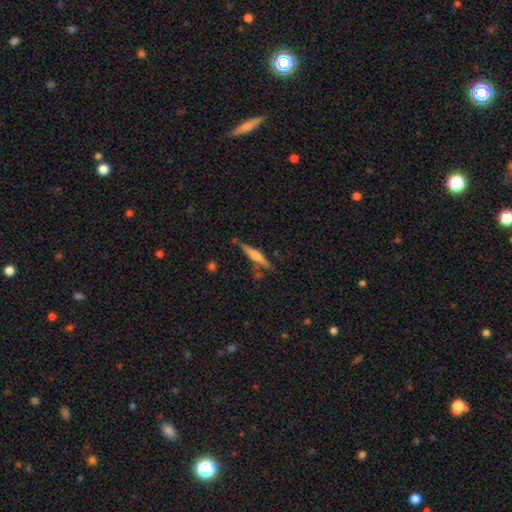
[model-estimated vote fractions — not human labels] Morphology: type=featured or disk (50%); merging=none (76%).